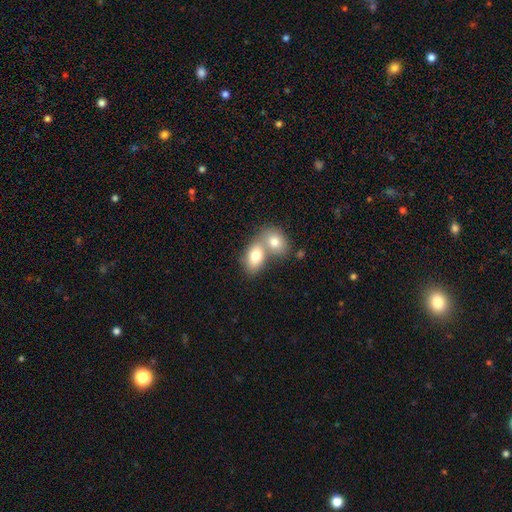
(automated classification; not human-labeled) Overall: smooth (76%). How rounded: in between (81%). Merging: merger (66%).